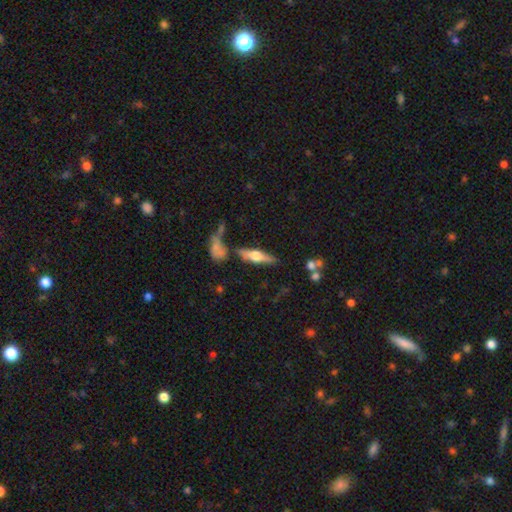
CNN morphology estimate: featured or disk 58%, smooth 35%, star or artifact 6%. Down the decision tree: edge-on disk — yes (92%); edge-on bulge — rounded (93%); merging — none (73%).